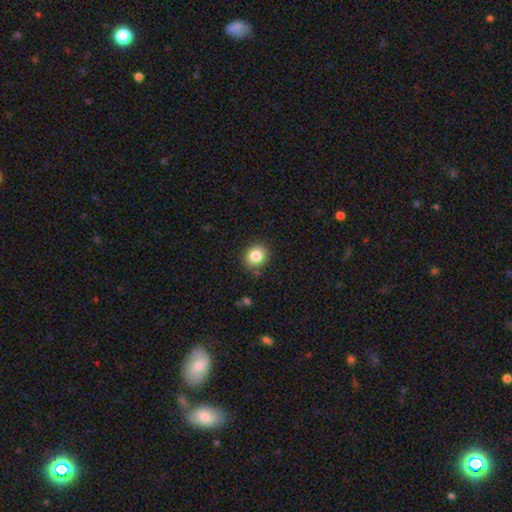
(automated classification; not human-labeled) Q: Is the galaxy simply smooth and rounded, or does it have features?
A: smooth — 84%.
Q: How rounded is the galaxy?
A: round — 78%.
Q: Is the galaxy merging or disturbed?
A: none — 86%.